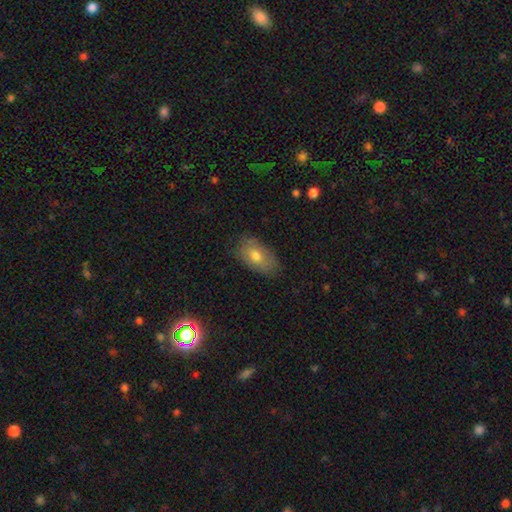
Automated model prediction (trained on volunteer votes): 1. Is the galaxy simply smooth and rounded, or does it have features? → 70% smooth, 21% featured or disk, 9% star or artifact.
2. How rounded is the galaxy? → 91% in between, 7% round, 2% cigar-shaped.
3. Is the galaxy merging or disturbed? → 77% none, 18% minor disturbance, 4% major disturbance, 1% merger.